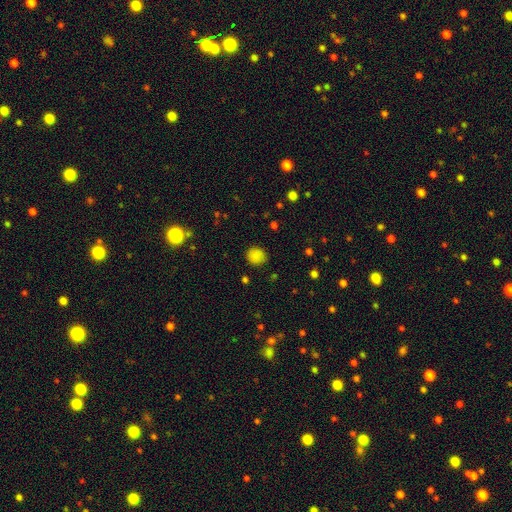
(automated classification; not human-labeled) A smooth galaxy with no disk features (84%) that is round (83%).

Vote fractions:
- Smooth or featured? smooth: 84% / star or artifact: 12% / featured or disk: 4%
- How rounded? round: 83% / in between: 16% / cigar-shaped: 1%
- Merging? none: 86% / minor disturbance: 10% / major disturbance: 3% / merger: 1%